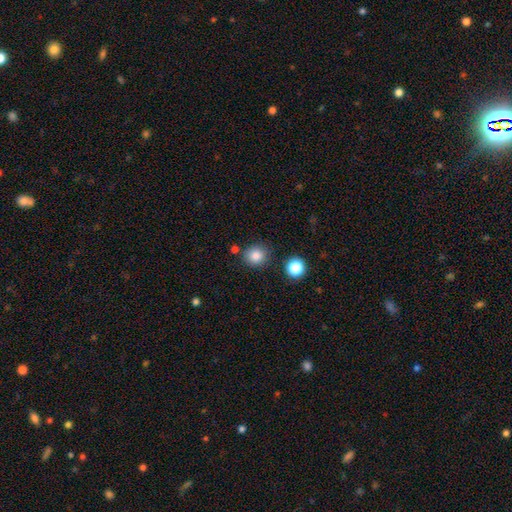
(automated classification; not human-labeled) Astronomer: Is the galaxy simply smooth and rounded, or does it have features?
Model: smooth — 85%.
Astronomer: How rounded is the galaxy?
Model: round — 87%.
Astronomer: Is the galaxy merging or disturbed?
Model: none — 82%.